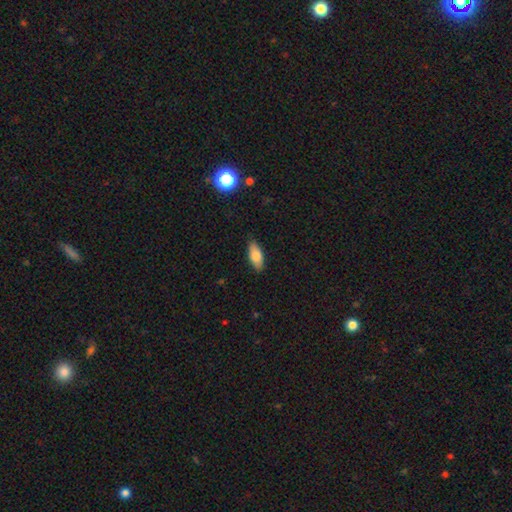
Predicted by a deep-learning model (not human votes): smooth_or_featured: smooth (p=0.80) [alt: featured or disk p=0.14]
how_rounded: in between (p=0.84) [alt: cigar-shaped p=0.14]
merging: none (p=0.86) [alt: minor disturbance p=0.11]